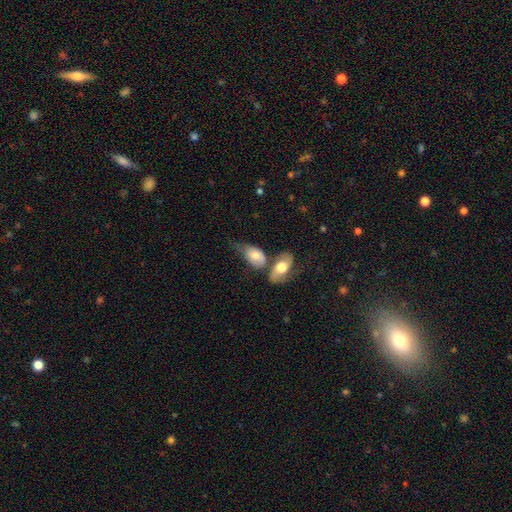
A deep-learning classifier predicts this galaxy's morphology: This is likely a smooth galaxy (64%). How rounded: clearly in between (88%). Merging: possibly merger (47%).